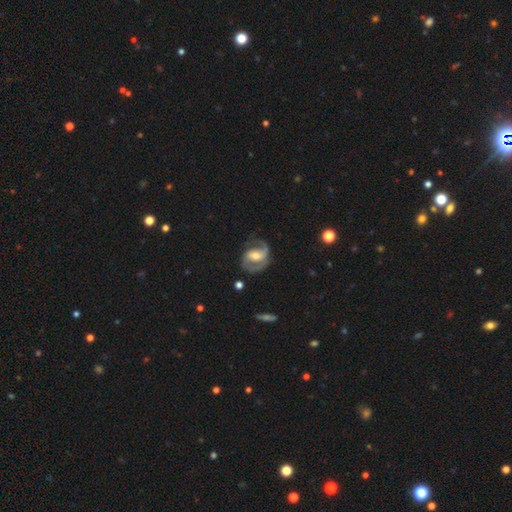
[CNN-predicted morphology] A featured or disk galaxy (81%) with a weak bar (40%), 2 (82%) medium (52%) spiral arms (91%) and a moderate central bulge (60%).

Vote fractions:
- Smooth or featured? featured or disk: 81% / smooth: 14% / star or artifact: 5%
- Edge-on disk? no: 97% / yes: 3%
- Bar? weak: 40% / strong: 30% / no: 30%
- Spiral arms? yes: 91% / no: 9%
- Spiral winding? medium: 52% / tight: 26% / loose: 21%
- Spiral arm count? 2: 82% / 1: 9% / can't tell: 6% / 3: 2% / 4: 1% / more than 4: 1%
- Bulge size? moderate: 60% / small: 29% / large: 7% / none: 2% / dominant: 1%
- Merging? none: 67% / minor disturbance: 18% / major disturbance: 13% / merger: 2%